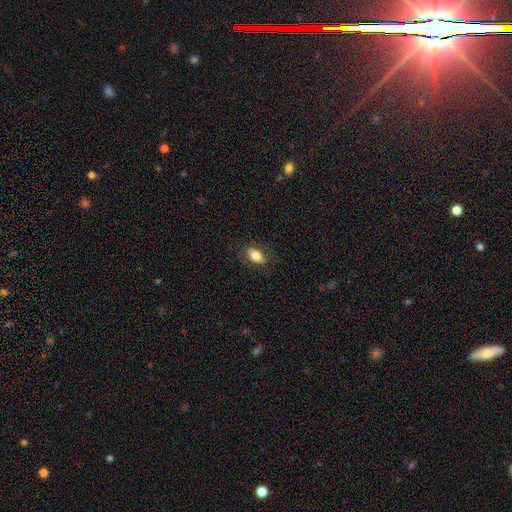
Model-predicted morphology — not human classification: This appears to be a smooth galaxy with no disk features (79%) that is in between round and cigar-shaped (88%). Merging: none (82%).